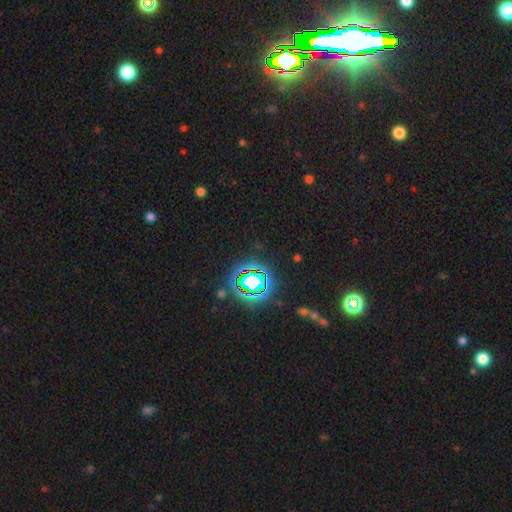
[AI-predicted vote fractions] Smooth or featured: star or artifact — 82% (smooth — 11%)